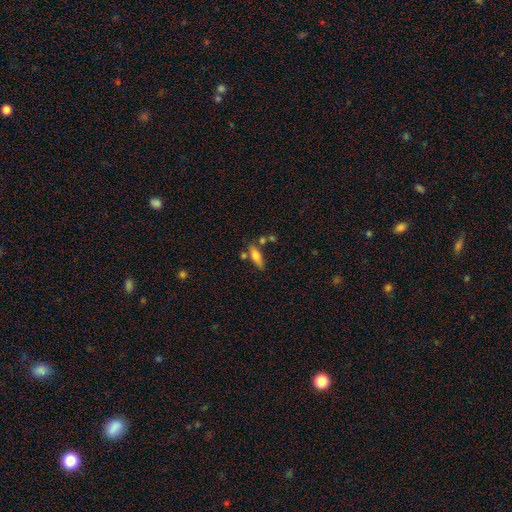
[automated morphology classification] This appears to be a smooth galaxy with no disk features (63%) that is in between round and cigar-shaped (49%). Merging: none (66%).